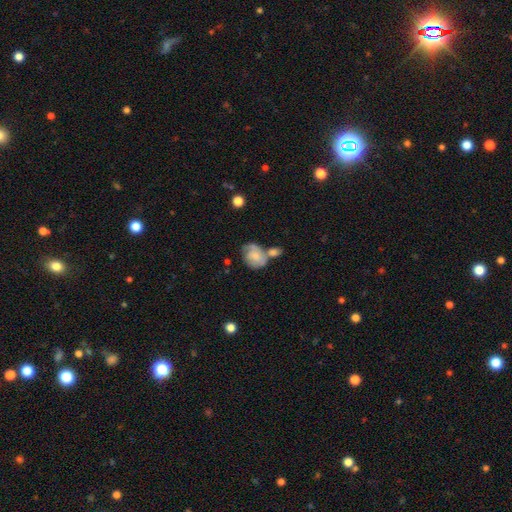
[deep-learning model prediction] Smooth or featured? smooth (48%)
Merging? merger (38%)